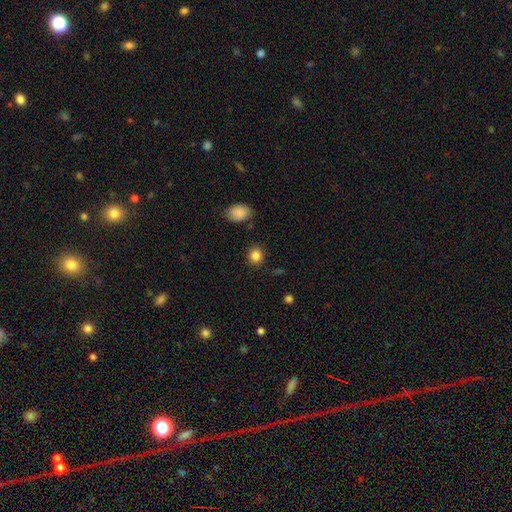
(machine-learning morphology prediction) type=smooth (85%); roundness=round (82%); merging=none (87%).